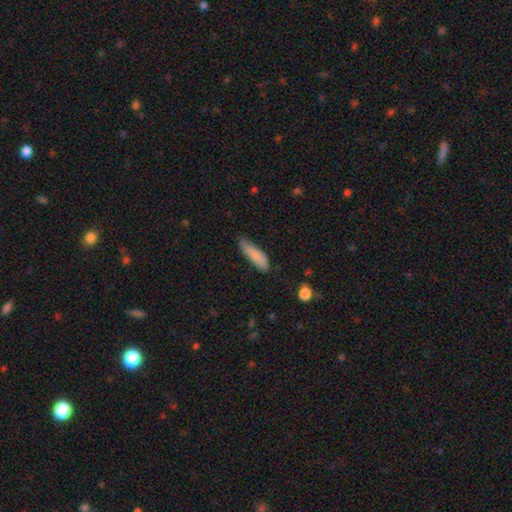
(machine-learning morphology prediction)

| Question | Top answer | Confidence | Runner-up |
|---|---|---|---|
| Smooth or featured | smooth | 84% | featured or disk (10%) |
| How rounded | cigar-shaped | 66% | in between (32%) |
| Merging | none | 66% | minor disturbance (27%) |